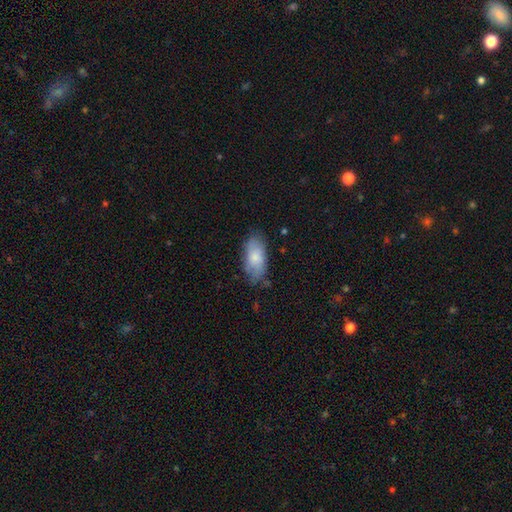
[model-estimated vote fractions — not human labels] Smooth or featured? Predicted: smooth (p=0.77). How rounded? Predicted: in between (p=0.90). Merging? Predicted: none (p=0.71).